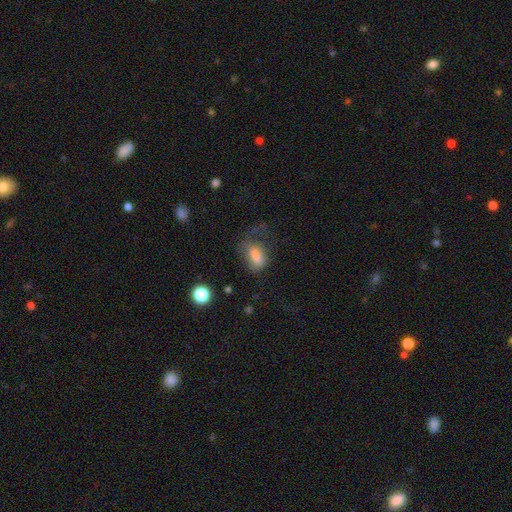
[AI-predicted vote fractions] smooth_or_featured: smooth (p=0.75) [alt: featured or disk p=0.14]
how_rounded: in between (p=0.86) [alt: round p=0.10]
merging: major disturbance (p=0.41) [alt: none p=0.32]